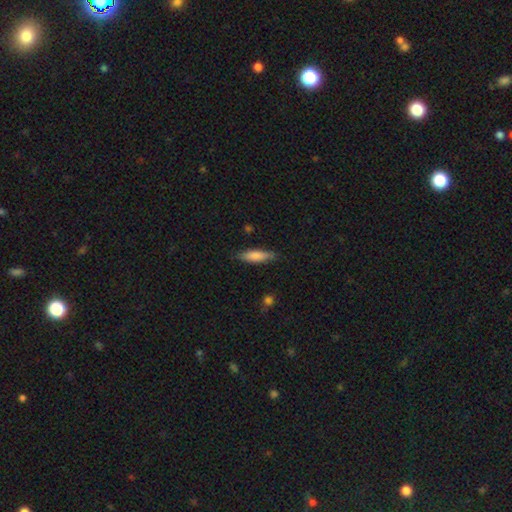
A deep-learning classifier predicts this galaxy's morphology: This is clearly a smooth galaxy (81%). How rounded: likely cigar-shaped (63%). Merging: clearly none (82%).